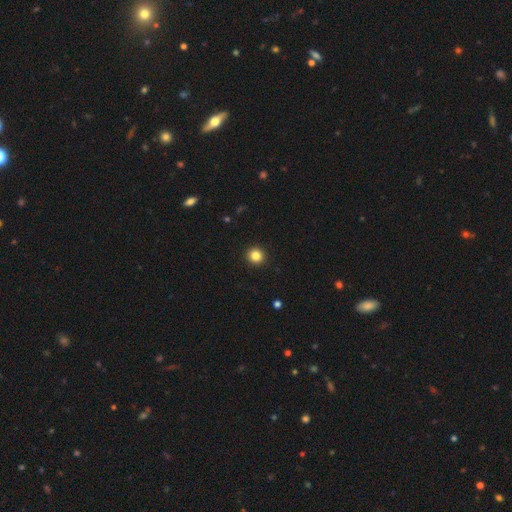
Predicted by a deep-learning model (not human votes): Morphology: type=smooth (85%); roundness=round (93%); merging=none (93%).